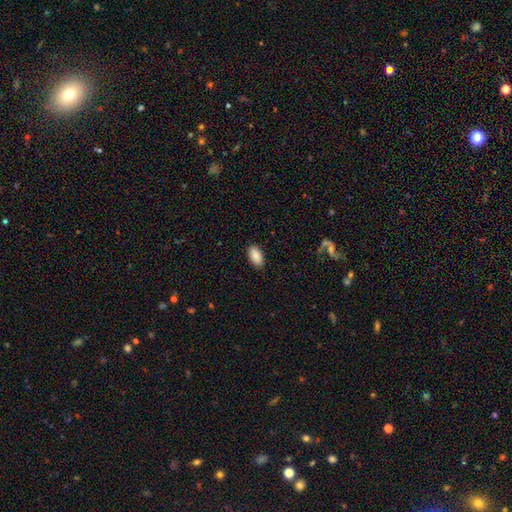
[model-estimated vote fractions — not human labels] smooth 88%, star or artifact 7%, featured or disk 5%. Down the decision tree: how rounded — in between (94%); merging — none (87%).